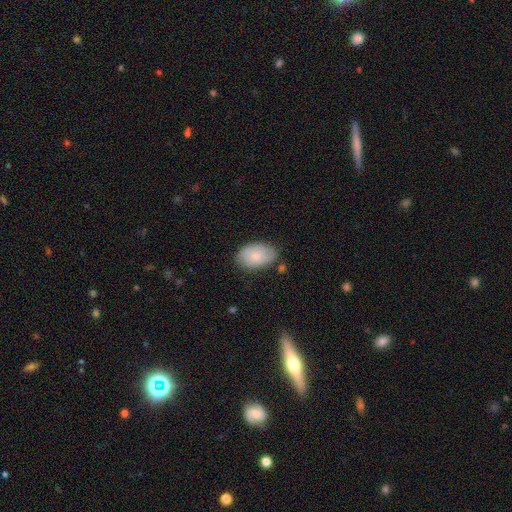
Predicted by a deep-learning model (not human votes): smooth_or_featured: smooth (p=0.74) [alt: featured or disk p=0.20]
how_rounded: in between (p=0.90) [alt: round p=0.09]
merging: none (p=0.75) [alt: minor disturbance p=0.19]